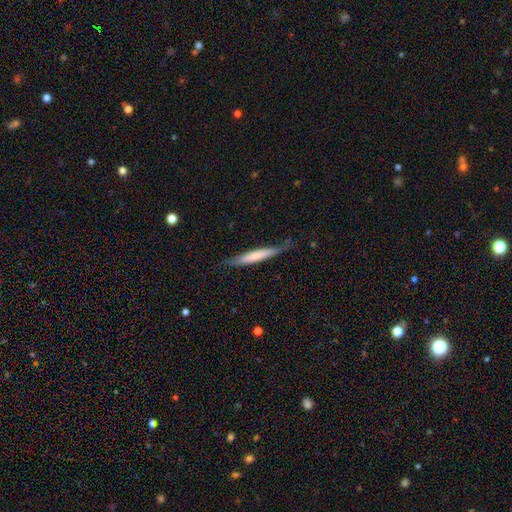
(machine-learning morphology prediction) This is possibly a smooth galaxy (58%). How rounded: clearly cigar-shaped (93%). Merging: likely none (73%).